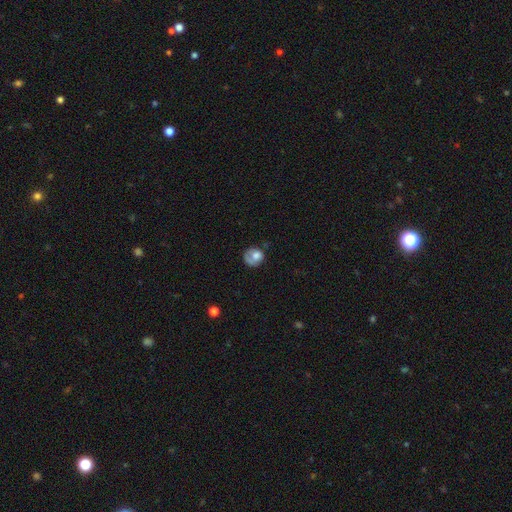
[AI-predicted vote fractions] Smooth or featured?
  - smooth: 65% *
  - featured or disk: 26%
  - star or artifact: 8%
How rounded?
  - round: 72% *
  - in between: 27%
  - cigar-shaped: 1%
Merging?
  - none: 45% *
  - minor disturbance: 27%
  - major disturbance: 24%
  - merger: 4%